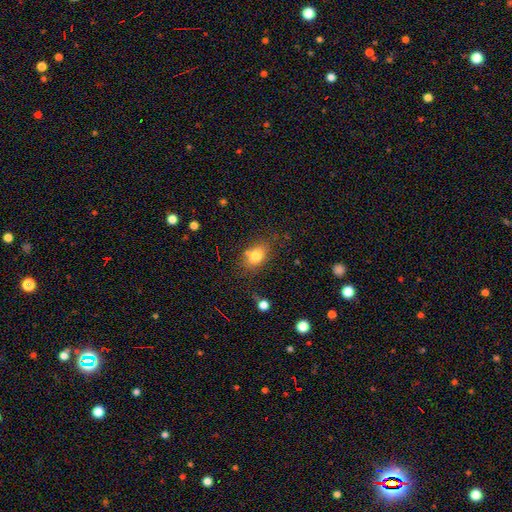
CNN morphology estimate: smooth 78%, featured or disk 12%, star or artifact 11%. Down the decision tree: how rounded — in between (75%); merging — none (71%).